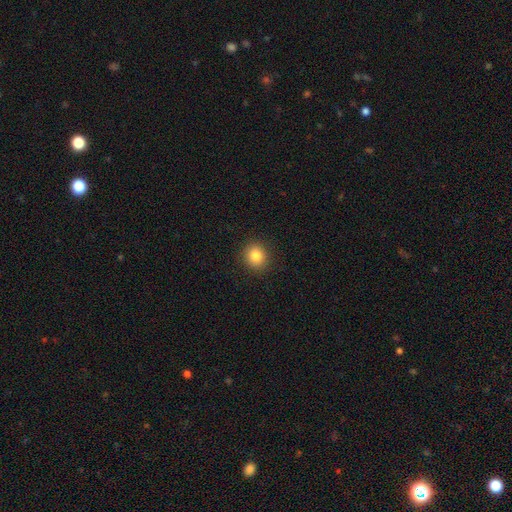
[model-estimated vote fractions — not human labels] This is clearly a smooth galaxy (83%). How rounded: clearly round (87%). Merging: clearly none (91%).